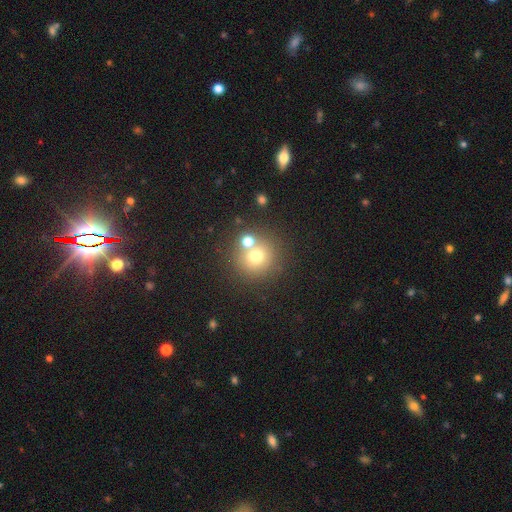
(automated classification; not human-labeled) Smooth or featured? smooth (70%)
How rounded? round (92%)
Merging? none (64%)